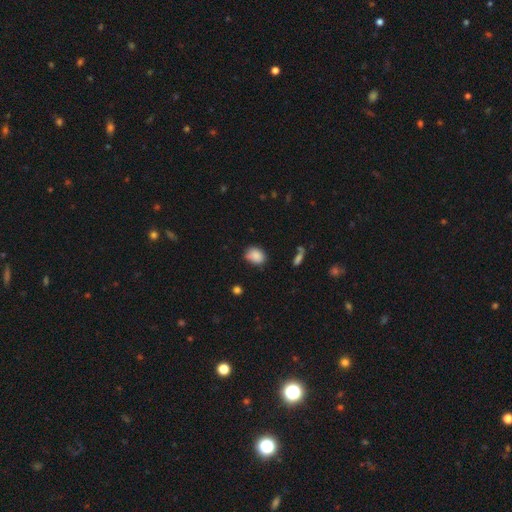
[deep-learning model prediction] A smooth galaxy with no disk features (86%) that is in between round and cigar-shaped (64%).

Vote fractions:
- Smooth or featured? smooth: 86% / star or artifact: 9% / featured or disk: 5%
- How rounded? in between: 64% / round: 35% / cigar-shaped: 1%
- Merging? none: 67% / minor disturbance: 25% / major disturbance: 5% / merger: 3%